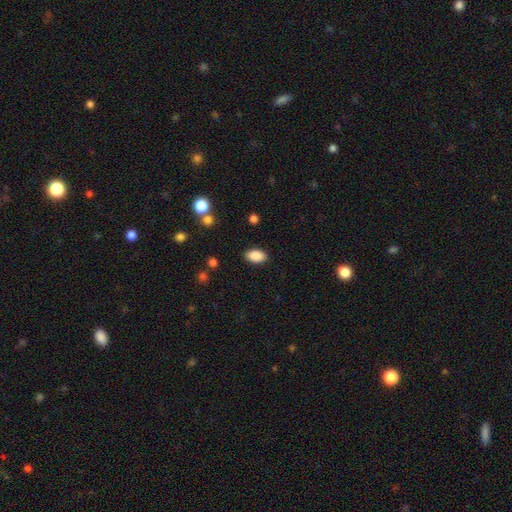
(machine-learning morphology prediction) Q: Smooth or featured?
A: smooth (87%); runner-up: star or artifact (8%)
Q: How rounded?
A: in between (92%); runner-up: round (6%)
Q: Merging?
A: none (87%); runner-up: minor disturbance (9%)